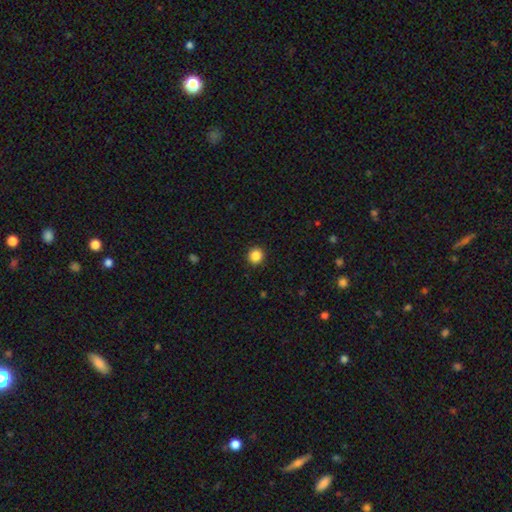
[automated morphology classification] Smooth or featured?
  - smooth: 86% *
  - star or artifact: 11%
  - featured or disk: 3%
How rounded?
  - round: 94% *
  - in between: 5%
  - cigar-shaped: 1%
Merging?
  - none: 92% *
  - minor disturbance: 5%
  - major disturbance: 2%
  - merger: 1%